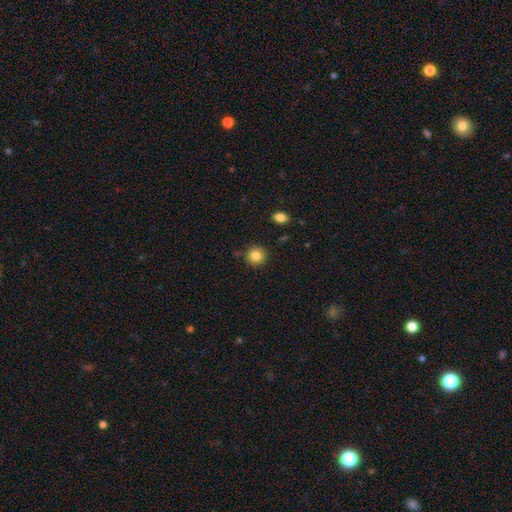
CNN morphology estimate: A smooth galaxy with no disk features (84%) that is round (92%). Merging: none (86%).